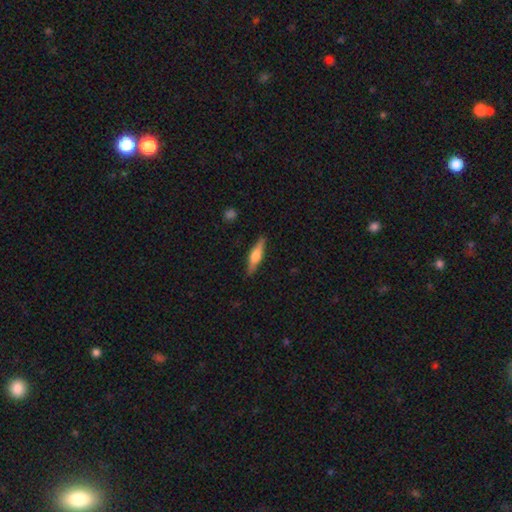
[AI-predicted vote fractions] This is possibly a featured or disk galaxy (55%). It is clearly viewed edge-on (96%). Edge-on bulge: clearly rounded (87%). Merging: clearly none (88%).